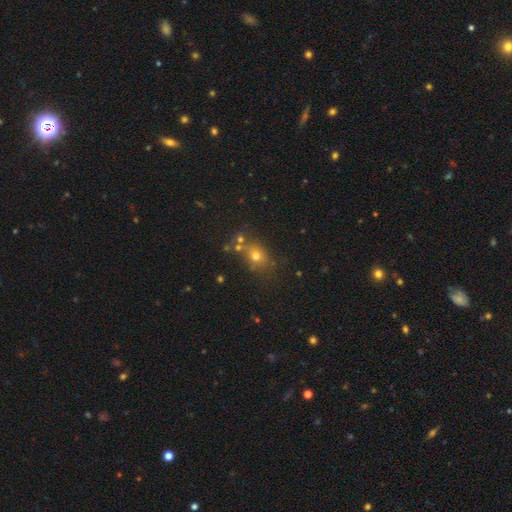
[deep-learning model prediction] The model was most divided on "how rounded": round: 60%, in between: 38%, cigar-shaped: 2%. More confident: smooth or featured — smooth (66%); merging — none (64%).